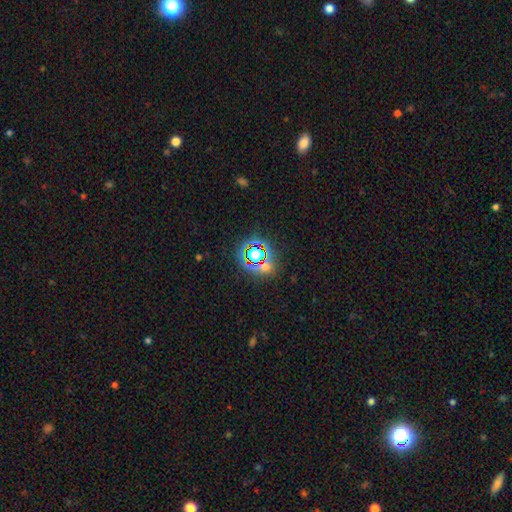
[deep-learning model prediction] Smooth or featured? star or artifact (65%)